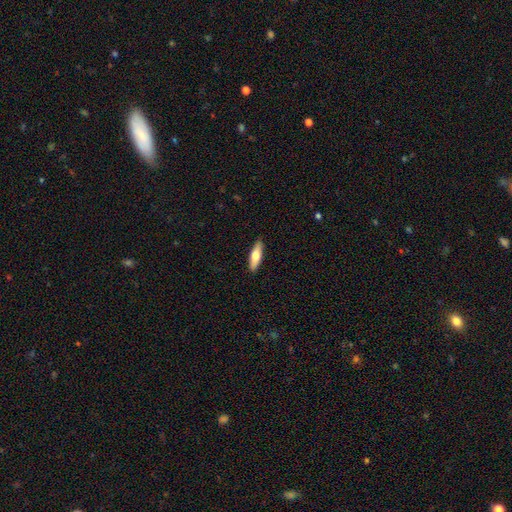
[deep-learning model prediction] Smooth or featured? smooth (70%)
How rounded? cigar-shaped (55%)
Merging? none (90%)